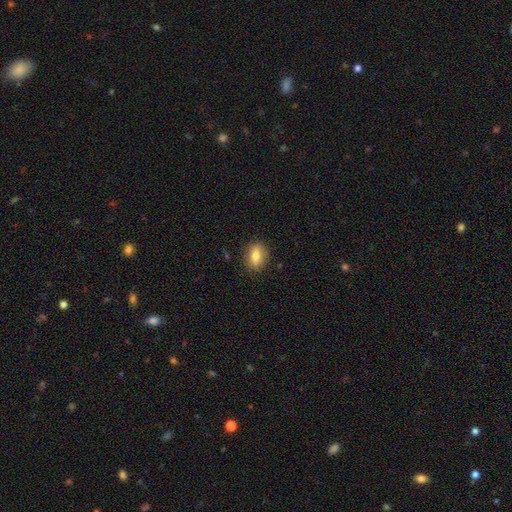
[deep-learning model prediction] Smooth or featured? smooth (76%)
How rounded? in between (70%)
Merging? none (86%)